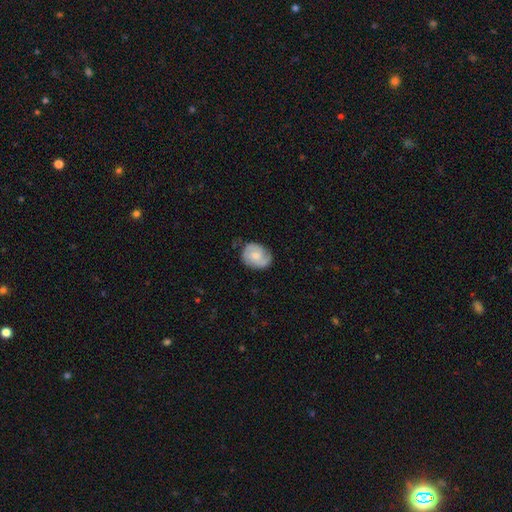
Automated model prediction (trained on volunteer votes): This is likely a featured or disk galaxy (61%). It is clearly not viewed edge-on (98%). Bar: likely no (65%). Spiral arm pattern: clearly yes (92%). Spiral arm count: likely 2 (66%). Spiral winding: marginally tight (43%). Central bulge: marginally moderate (41%). Merging: likely none (71%).